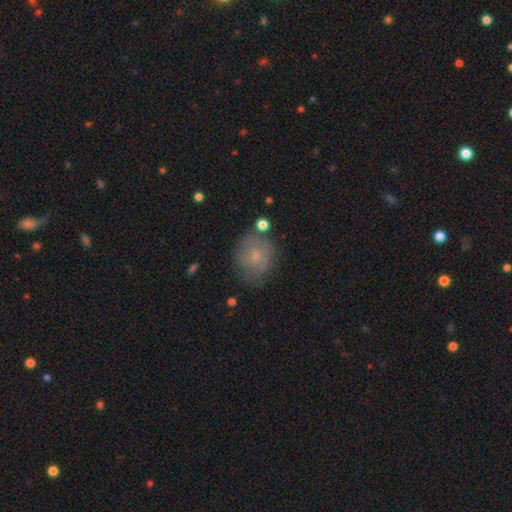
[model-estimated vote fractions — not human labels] Smooth or featured? Predicted: smooth (p=0.60). How rounded? Predicted: round (p=0.72). Merging? Predicted: none (p=0.66).